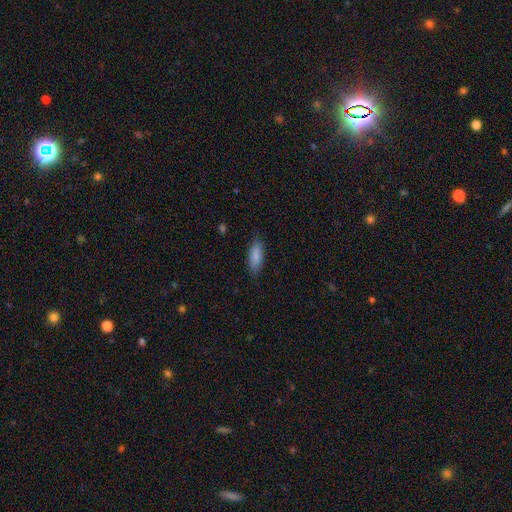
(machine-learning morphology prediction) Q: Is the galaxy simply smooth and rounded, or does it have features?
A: smooth — 86%.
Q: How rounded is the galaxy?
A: in between — 77%.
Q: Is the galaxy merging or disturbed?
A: none — 80%.